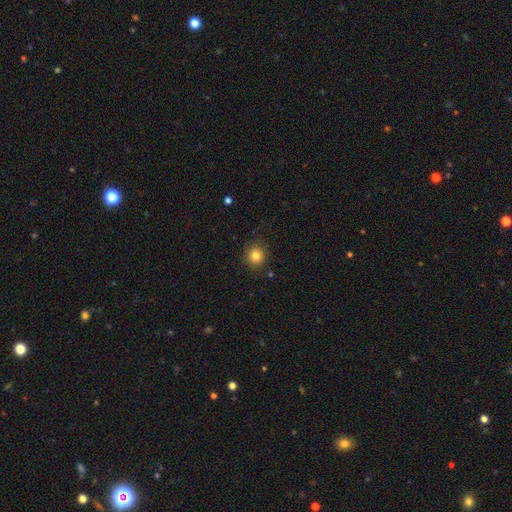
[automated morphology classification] This appears to be a smooth galaxy with no disk features (82%) that is round (86%). Merging: none (87%).